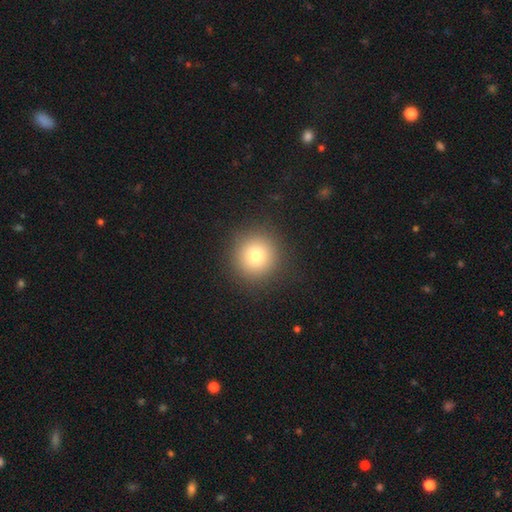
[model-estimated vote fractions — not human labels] This is likely a smooth galaxy (78%). How rounded: clearly round (94%). Merging: clearly none (90%).